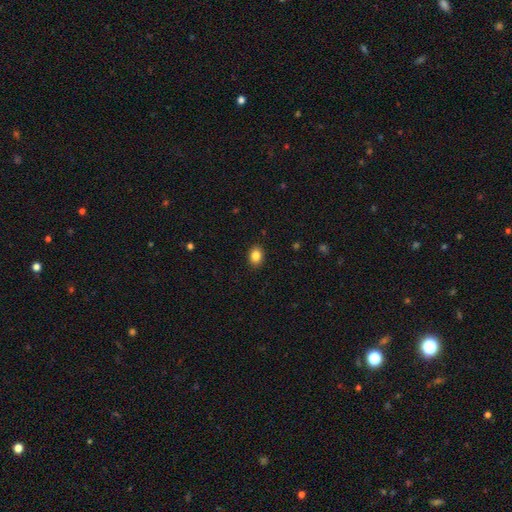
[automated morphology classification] This is clearly a smooth galaxy (86%). How rounded: likely in between (63%). Merging: clearly none (90%).